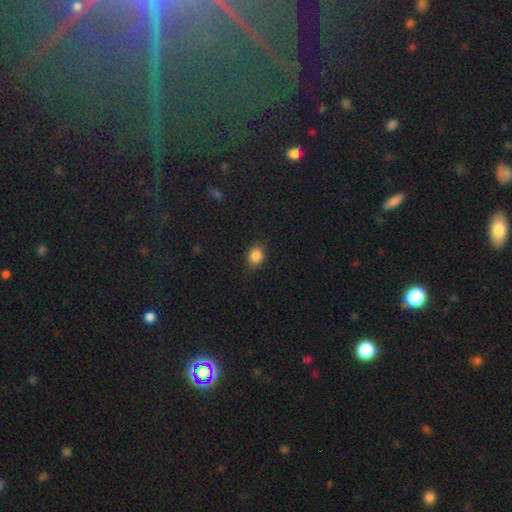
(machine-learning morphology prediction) This appears to be a smooth galaxy with no disk features (85%) that is round (51%). Merging: none (84%).